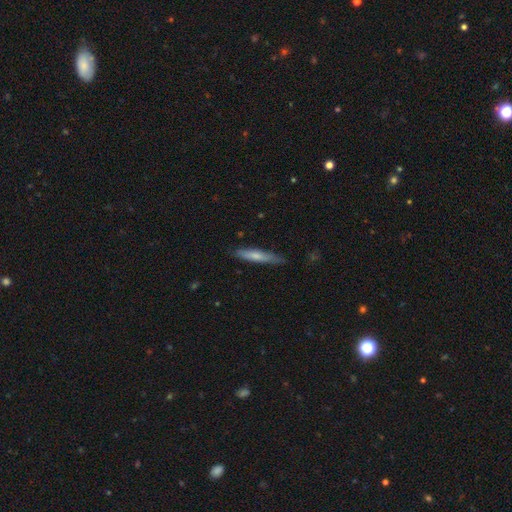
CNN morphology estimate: A smooth galaxy with no disk features (65%) that is cigar-shaped (91%). Merging: none (81%).